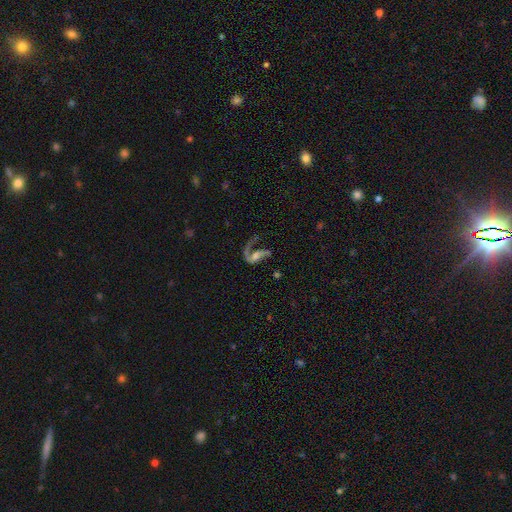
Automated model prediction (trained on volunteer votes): This is likely a featured or disk galaxy (80%). It is clearly not viewed edge-on (96%). Bar: possibly no (49%). Spiral arm pattern: clearly yes (90%). Spiral arm count: possibly 1 (48%). Spiral winding: likely loose (64%). Central bulge: marginally moderate (41%). Merging: marginally major disturbance (41%).